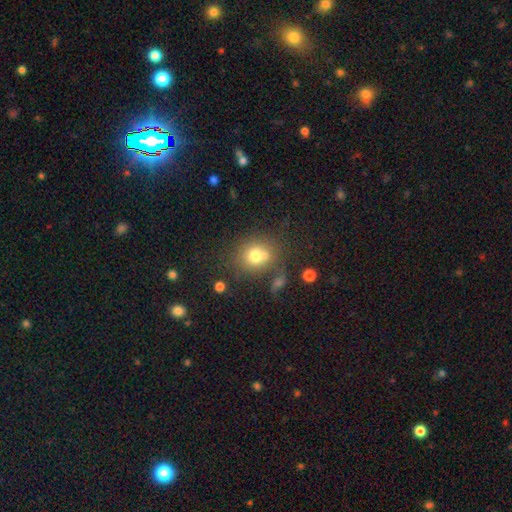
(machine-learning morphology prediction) Smooth or featured?
  - smooth: 73% *
  - featured or disk: 14%
  - star or artifact: 13%
How rounded?
  - round: 76% *
  - in between: 23%
  - cigar-shaped: 1%
Merging?
  - none: 55% *
  - merger: 26%
  - minor disturbance: 13%
  - major disturbance: 6%